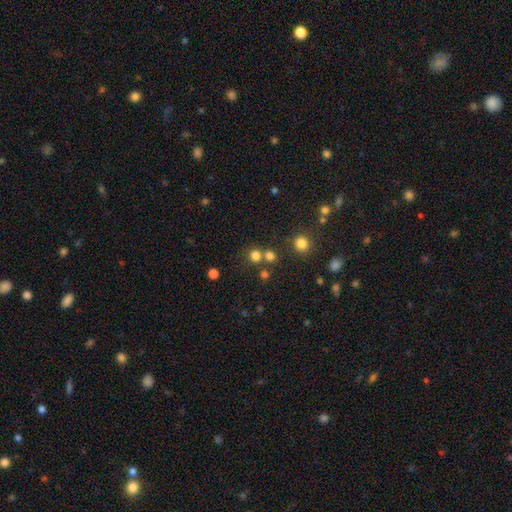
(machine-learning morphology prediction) A smooth galaxy with no disk features (75%) that is round (88%).

Vote fractions:
- Smooth or featured? smooth: 75% / star or artifact: 19% / featured or disk: 6%
- How rounded? round: 88% / in between: 11% / cigar-shaped: 1%
- Merging? none: 66% / merger: 24% / minor disturbance: 7% / major disturbance: 4%